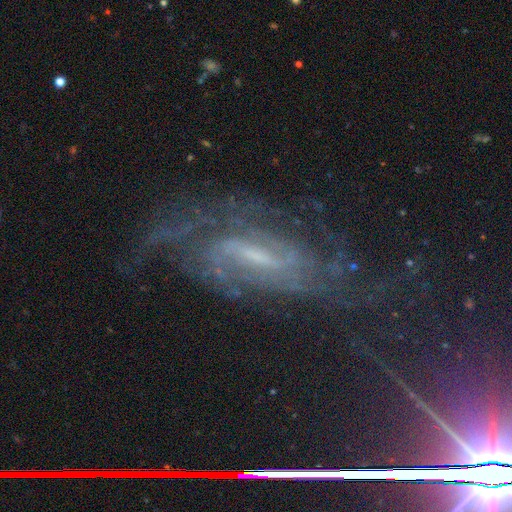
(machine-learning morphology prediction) featured or disk 74%, star or artifact 18%, smooth 8%. Down the decision tree: edge-on disk — no (90%); bar — weak (45%); spiral arms — yes (93%); spiral arm count — 2 (37%); spiral winding — medium (43%); bulge size — small (52%); merging — none (63%).